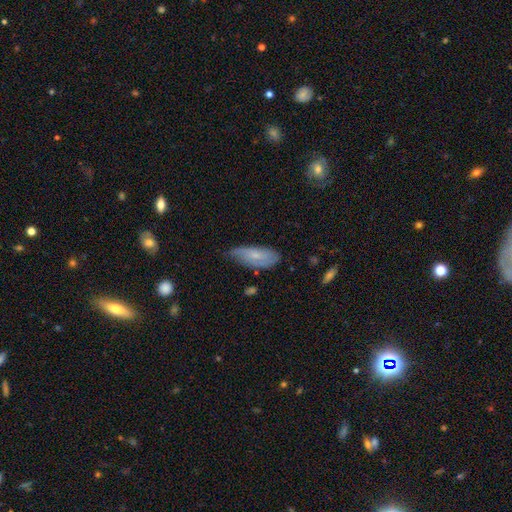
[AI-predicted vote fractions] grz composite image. It shows a smooth galaxy with no disk features (55%) that is in between round and cigar-shaped (76%). Merging: none (58%).